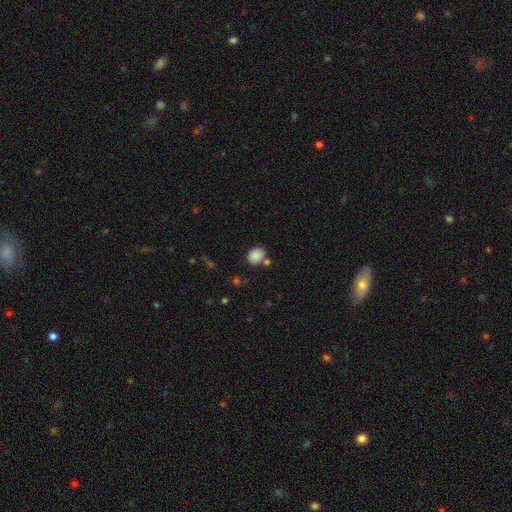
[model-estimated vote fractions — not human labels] A smooth galaxy with no disk features (86%) that is round (51%). Merging: none (68%).